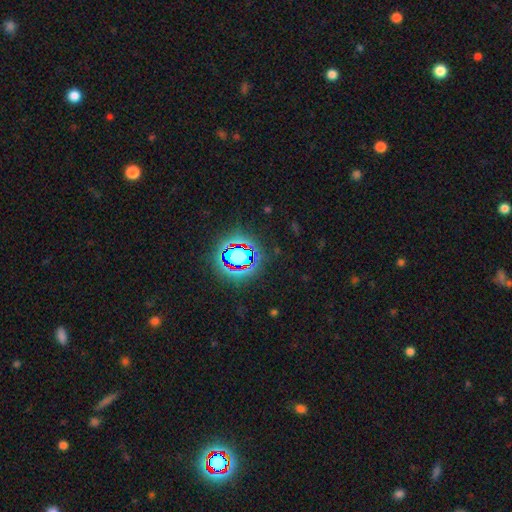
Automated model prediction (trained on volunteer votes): Smooth or featured?
  - star or artifact: 77% *
  - smooth: 14%
  - featured or disk: 9%